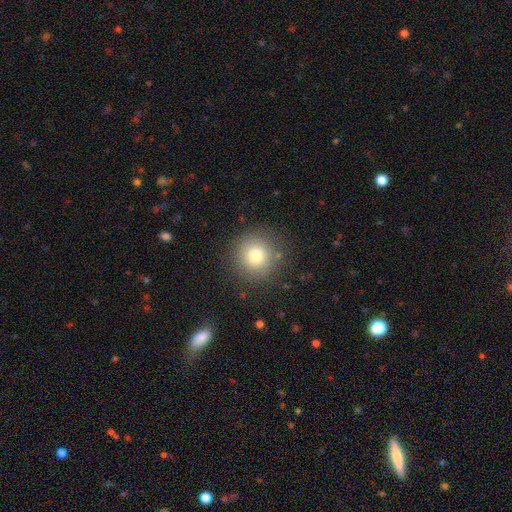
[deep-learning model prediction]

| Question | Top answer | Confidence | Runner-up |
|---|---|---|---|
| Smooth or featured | smooth | 78% | star or artifact (12%) |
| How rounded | round | 95% | in between (4%) |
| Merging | none | 87% | minor disturbance (8%) |